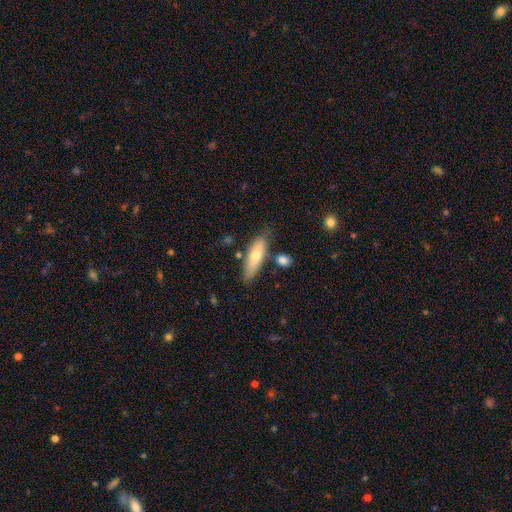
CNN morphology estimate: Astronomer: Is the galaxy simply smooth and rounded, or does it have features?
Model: smooth — 62%.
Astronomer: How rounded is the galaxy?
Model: cigar-shaped — 57% (runner-up: in between, 41%).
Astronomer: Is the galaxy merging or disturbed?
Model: none — 76%.